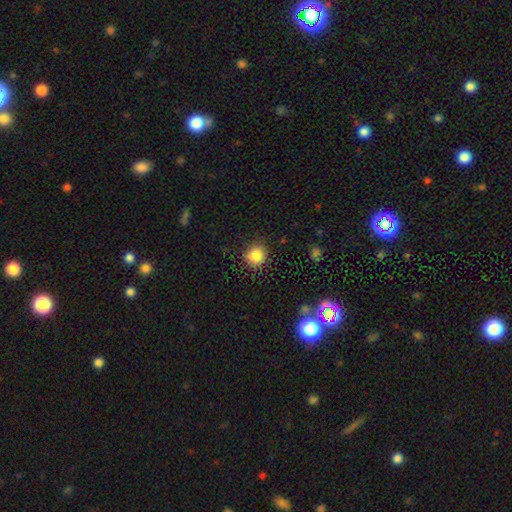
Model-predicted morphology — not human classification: smooth_or_featured: smooth (p=0.83) [alt: star or artifact p=0.11]
how_rounded: round (p=0.86) [alt: in between p=0.13]
merging: none (p=0.86) [alt: minor disturbance p=0.10]